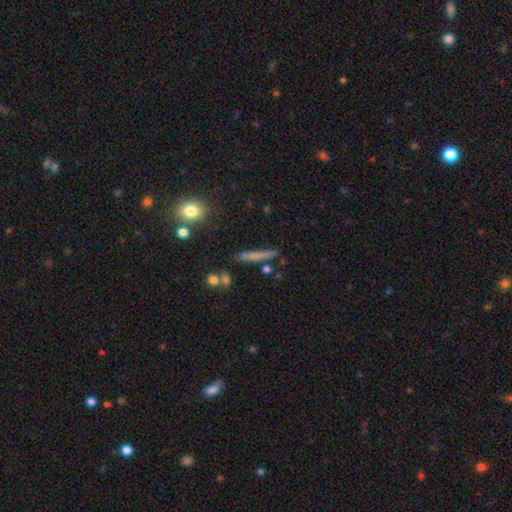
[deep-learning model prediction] Smooth or featured? Predicted: smooth (p=0.66). How rounded? Predicted: cigar-shaped (p=0.91). Merging? Predicted: none (p=0.81).